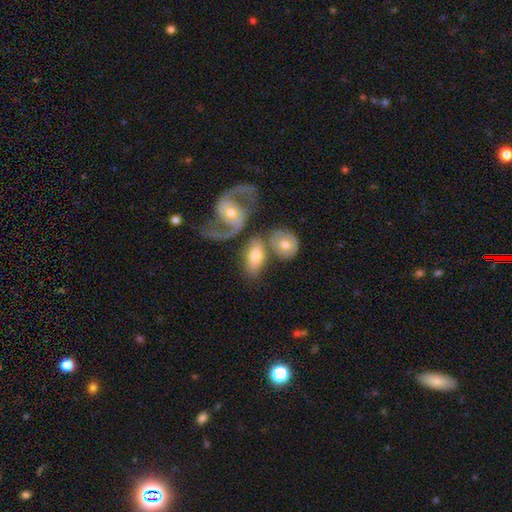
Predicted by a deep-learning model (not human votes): featured or disk 54%, smooth 39%, star or artifact 7%. Down the decision tree: edge-on disk — no (93%); bar — no (50%); spiral arms — yes (83%); bulge size — moderate (64%); merging — none (43%).